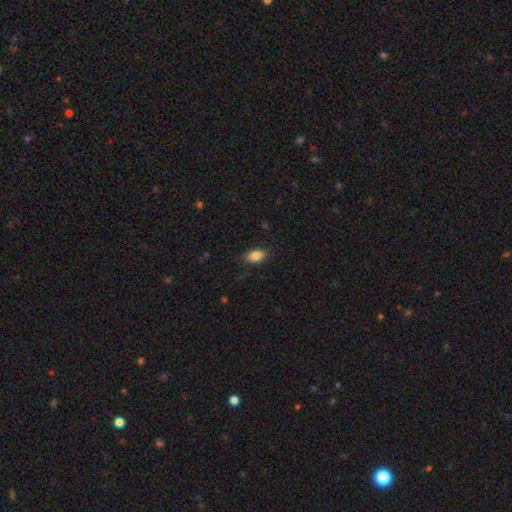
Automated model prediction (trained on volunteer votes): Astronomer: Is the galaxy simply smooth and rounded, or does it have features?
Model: smooth — 87%.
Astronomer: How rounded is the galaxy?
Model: in between — 91%.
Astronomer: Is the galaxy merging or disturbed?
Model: none — 83%.